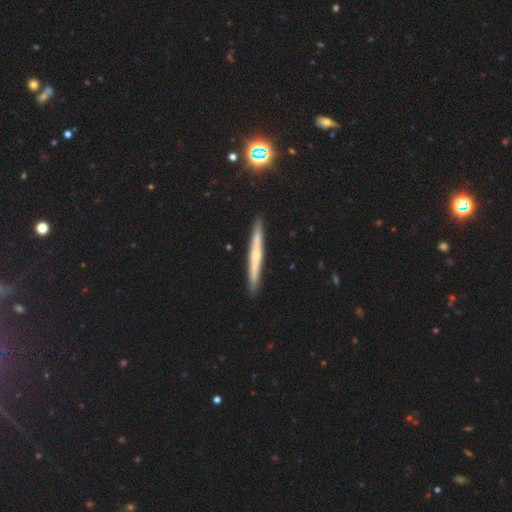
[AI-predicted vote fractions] smooth_or_featured: featured or disk (p=0.54) [alt: smooth p=0.39]
disk_edge_on: yes (p=0.96) [alt: no p=0.04]
edge_on_bulge: none (p=0.48) [alt: rounded p=0.46]
merging: none (p=0.92) [alt: minor disturbance p=0.06]